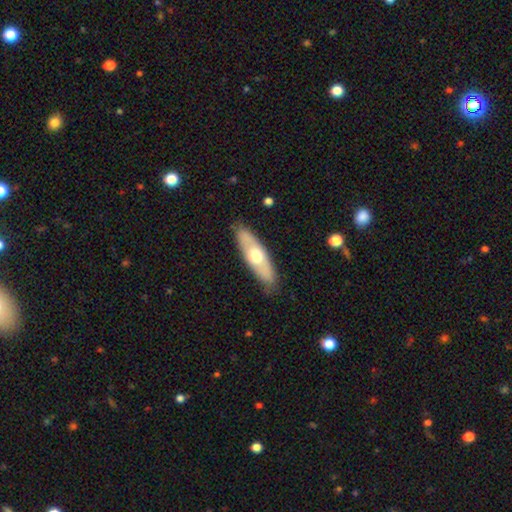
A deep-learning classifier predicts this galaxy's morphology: Overall: smooth (52%; featured or disk 43%). How rounded: in between (52%; cigar-shaped 46%). Merging: none (85%).